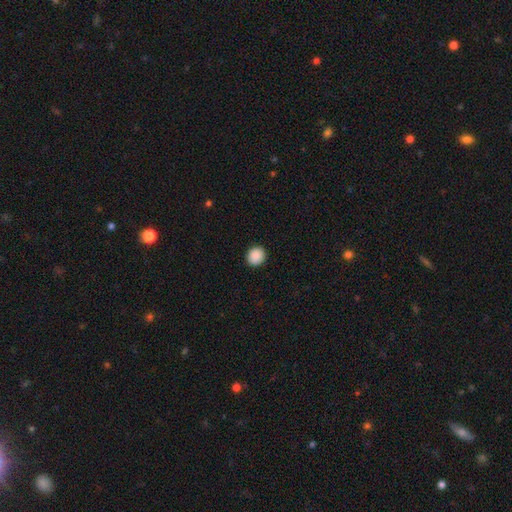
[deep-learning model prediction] This appears to be a smooth galaxy with no disk features (90%) that is round (84%). Merging: none (92%).